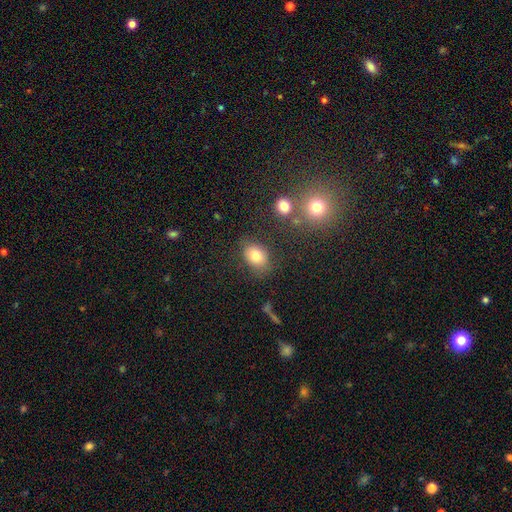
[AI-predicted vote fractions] smooth_or_featured: smooth (p=0.80) [alt: star or artifact p=0.11]
how_rounded: in between (p=0.68) [alt: round p=0.31]
merging: none (p=0.77) [alt: minor disturbance p=0.15]